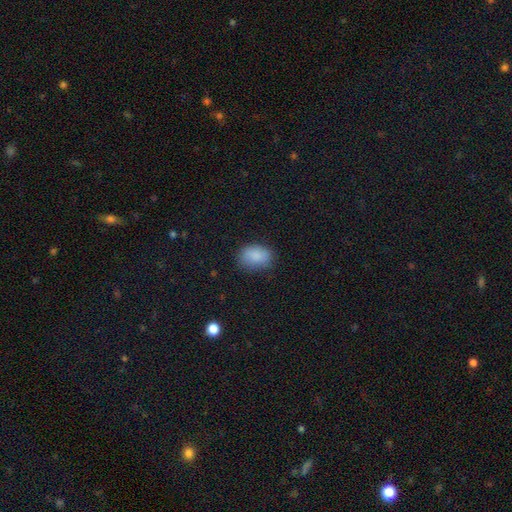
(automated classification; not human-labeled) smooth 87%, star or artifact 8%, featured or disk 6%. Down the decision tree: how rounded — in between (83%); merging — none (78%).